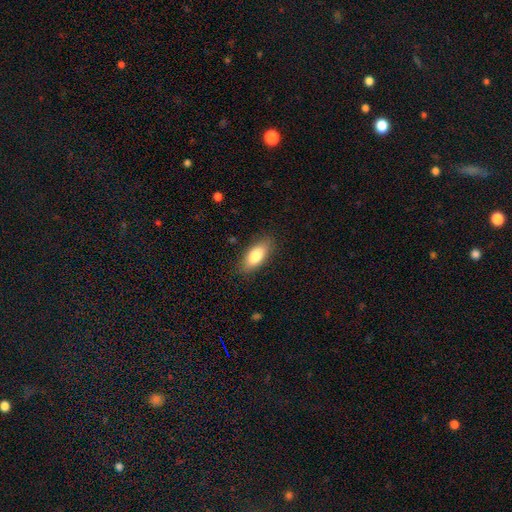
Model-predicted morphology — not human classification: smooth-or-featured: smooth: 82% | featured or disk: 11% | star or artifact: 6%
  how-rounded: in between: 81% | cigar-shaped: 16% | round: 3%
  merging: none: 85% | minor disturbance: 11% | major disturbance: 3% | merger: 1%